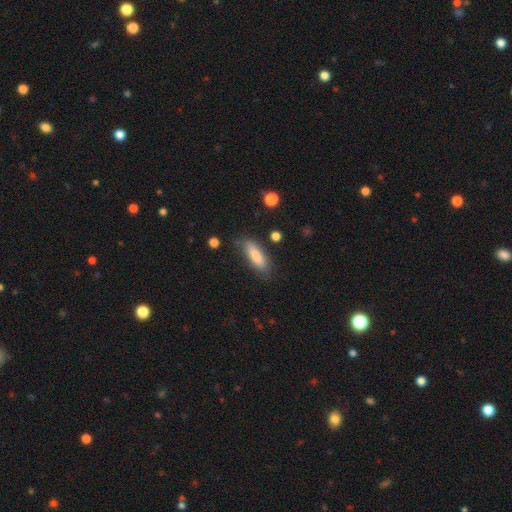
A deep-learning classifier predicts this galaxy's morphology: This appears to be a smooth galaxy with no disk features (79%) that is in between round and cigar-shaped (50%). Merging: none (79%).